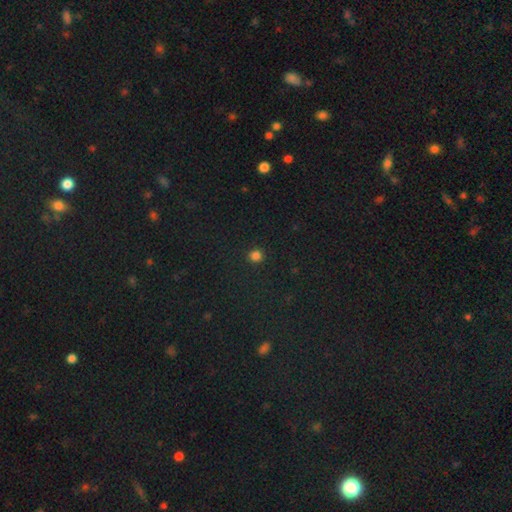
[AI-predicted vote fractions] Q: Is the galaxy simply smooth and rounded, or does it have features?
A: smooth — 82%.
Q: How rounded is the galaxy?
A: round — 89%.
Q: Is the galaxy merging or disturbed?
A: none — 92%.